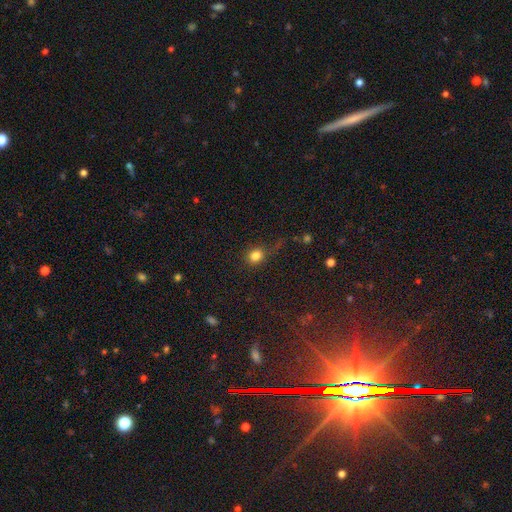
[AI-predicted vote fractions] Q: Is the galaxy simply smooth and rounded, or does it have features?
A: smooth — 81%.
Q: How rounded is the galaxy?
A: round — 74%.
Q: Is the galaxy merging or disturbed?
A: none — 65%.